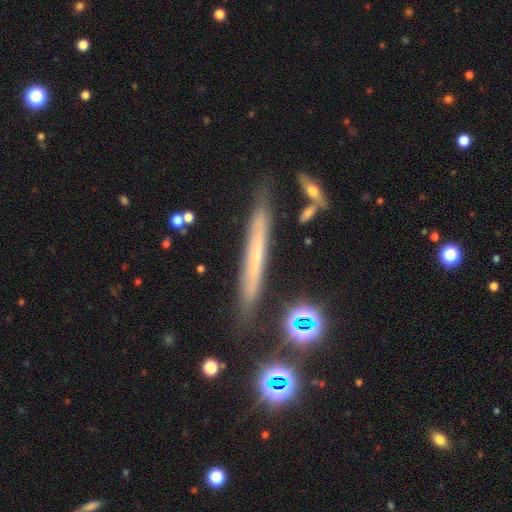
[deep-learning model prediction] A featured or disk galaxy (46%).

Vote fractions:
- Smooth or featured? featured or disk: 46% / smooth: 41% / star or artifact: 13%
- Merging? none: 81% / minor disturbance: 12% / merger: 4% / major disturbance: 3%